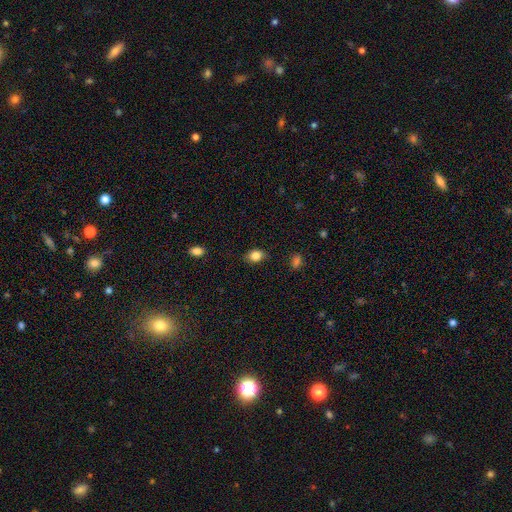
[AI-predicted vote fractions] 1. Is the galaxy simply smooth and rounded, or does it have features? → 84% smooth, 9% star or artifact, 7% featured or disk.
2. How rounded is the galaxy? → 68% in between, 31% round, 1% cigar-shaped.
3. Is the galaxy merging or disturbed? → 84% none, 12% minor disturbance, 3% major disturbance, 1% merger.